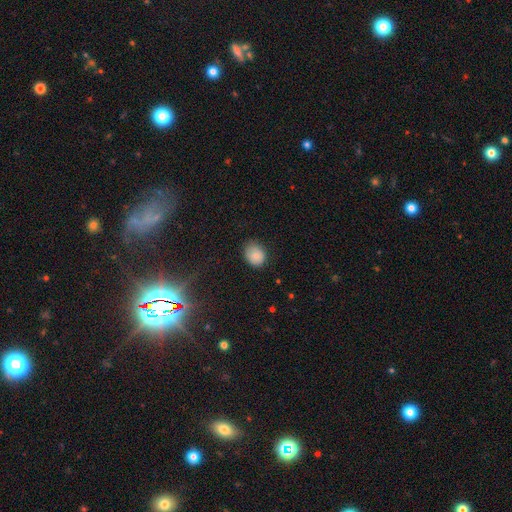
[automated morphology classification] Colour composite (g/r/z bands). It shows a smooth galaxy with no disk features (82%) that is round (52%). Merging: none (70%).